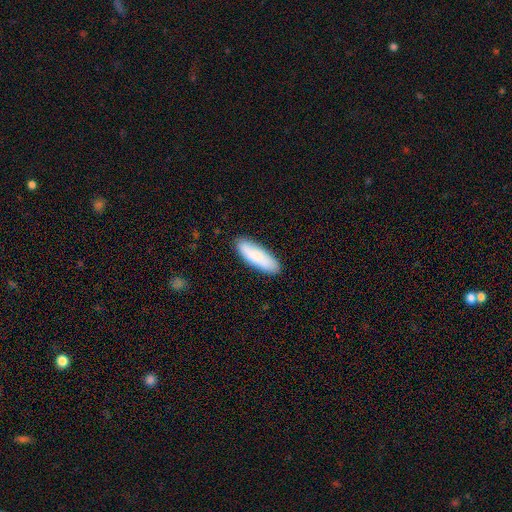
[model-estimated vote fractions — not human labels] Smooth or featured: smooth — 82% (featured or disk — 12%)
How rounded: cigar-shaped — 49% (tied with in between — 49%)
Merging: none — 87% (minor disturbance — 10%)